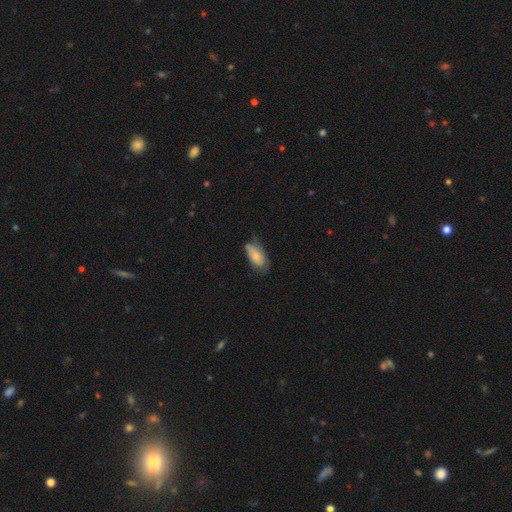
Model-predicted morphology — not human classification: Smooth or featured: smooth — 71% (featured or disk — 22%)
How rounded: in between — 90% (cigar-shaped — 7%)
Merging: none — 52% (minor disturbance — 35%)